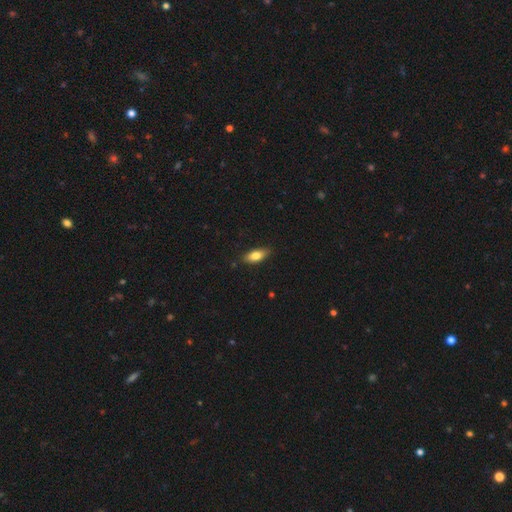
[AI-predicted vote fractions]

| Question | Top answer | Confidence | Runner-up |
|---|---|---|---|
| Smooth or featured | smooth | 77% | featured or disk (16%) |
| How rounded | in between | 77% | cigar-shaped (20%) |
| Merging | none | 84% | minor disturbance (13%) |